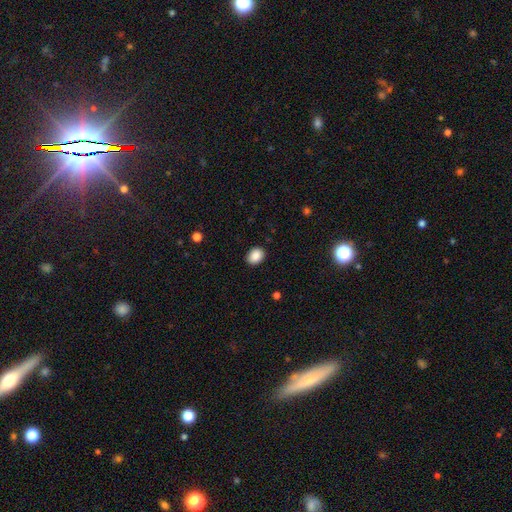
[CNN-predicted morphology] This appears to be a smooth galaxy with no disk features (88%) that is in between round and cigar-shaped (62%). Merging: none (89%).